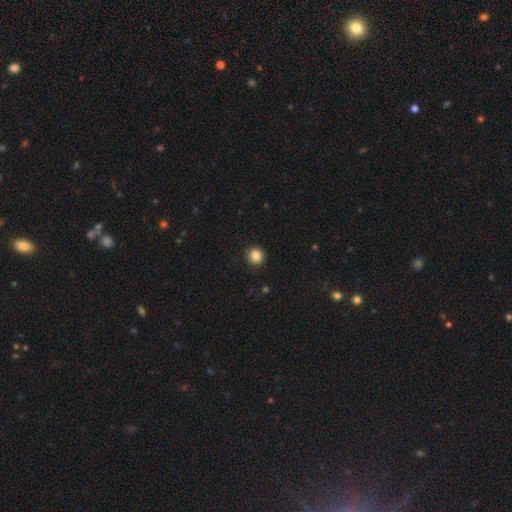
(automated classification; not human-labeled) Smooth or featured? Predicted: smooth (p=0.85). How rounded? Predicted: round (p=0.93). Merging? Predicted: none (p=0.93).